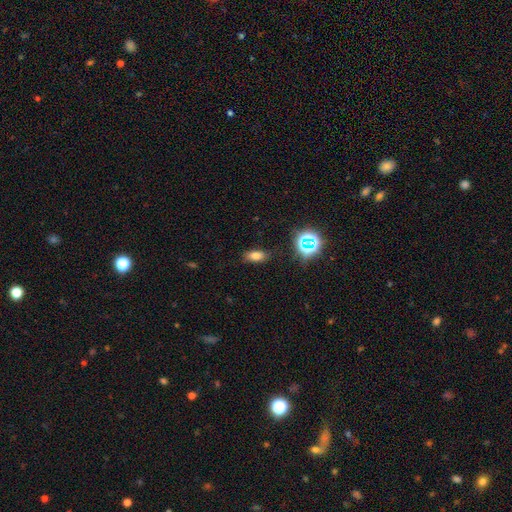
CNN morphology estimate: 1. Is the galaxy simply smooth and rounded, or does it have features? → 71% smooth, 19% star or artifact, 10% featured or disk.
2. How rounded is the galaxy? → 82% in between, 9% cigar-shaped, 9% round.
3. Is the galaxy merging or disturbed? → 83% none, 12% minor disturbance, 3% major disturbance, 2% merger.